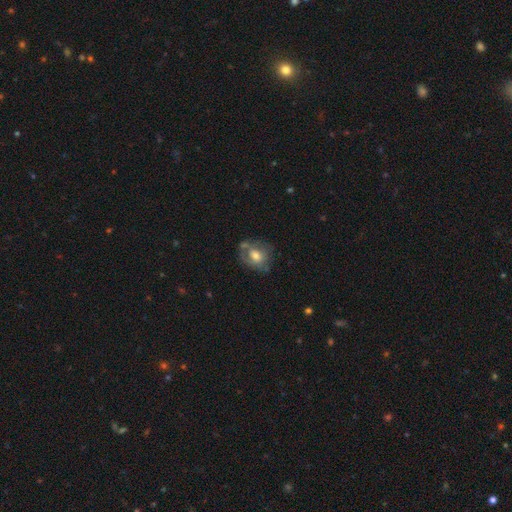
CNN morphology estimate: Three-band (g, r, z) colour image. It shows a smooth galaxy with no disk features (52%) that is round (52%). Merging: none (50%).